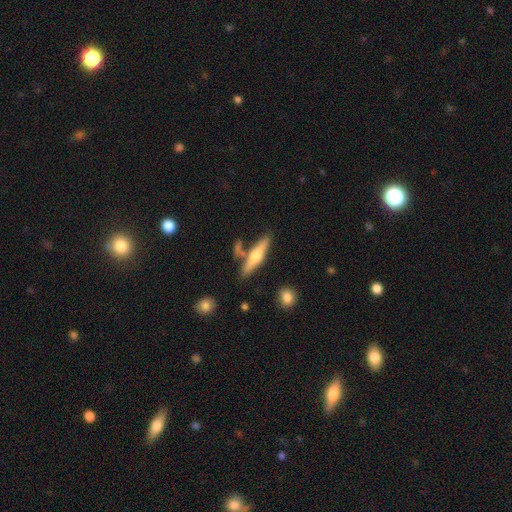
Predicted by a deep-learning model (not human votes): Smooth or featured? featured or disk (53%)
Edge-on disk? yes (93%)
Merging? none (70%)